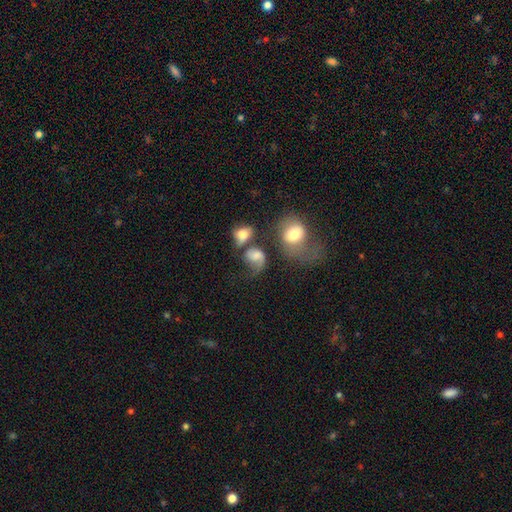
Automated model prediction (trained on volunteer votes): smooth-or-featured: smooth: 52% | featured or disk: 36% | star or artifact: 11%
  how-rounded: round: 50% | in between: 49% | cigar-shaped: 2%
  merging: merger: 31% | major disturbance: 27% | none: 26% | minor disturbance: 16%